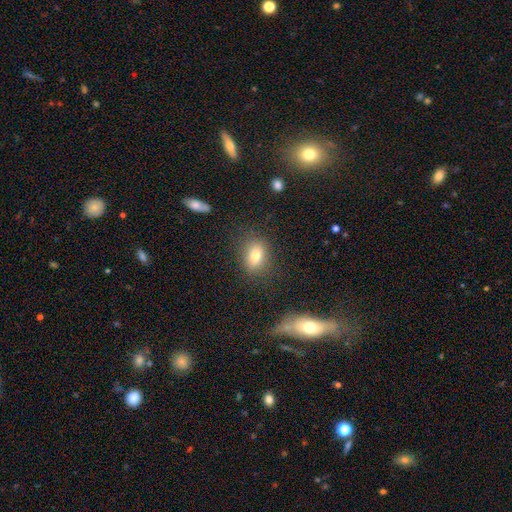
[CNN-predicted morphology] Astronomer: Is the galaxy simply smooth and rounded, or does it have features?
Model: smooth — 76%.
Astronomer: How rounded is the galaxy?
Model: in between — 71%.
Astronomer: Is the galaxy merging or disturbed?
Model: none — 81%.